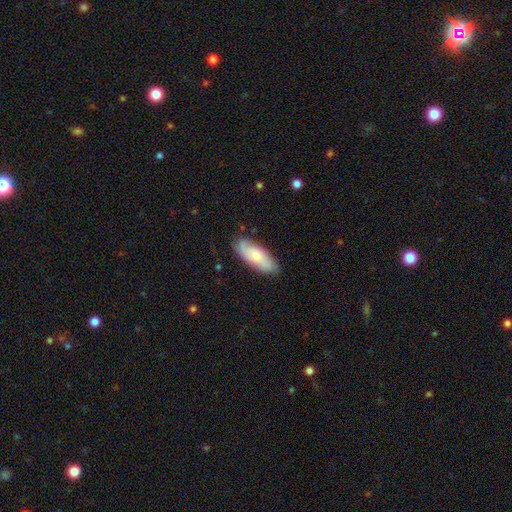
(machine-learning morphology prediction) smooth-or-featured: smooth: 66% | featured or disk: 29% | star or artifact: 6%
  how-rounded: in between: 76% | cigar-shaped: 22% | round: 2%
  merging: none: 78% | minor disturbance: 17% | major disturbance: 3% | merger: 1%